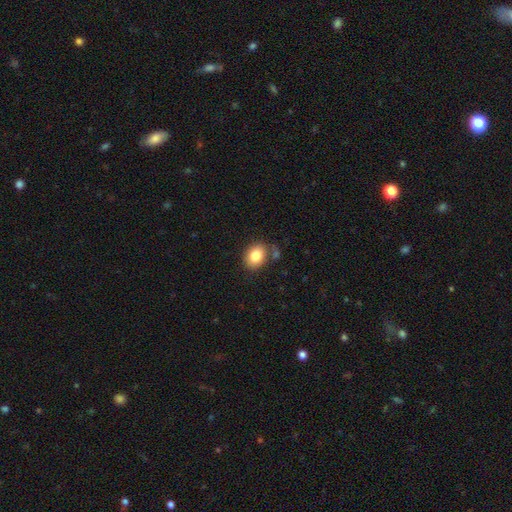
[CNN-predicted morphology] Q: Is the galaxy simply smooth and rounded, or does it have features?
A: smooth — 83%.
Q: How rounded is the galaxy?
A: in between — 62%.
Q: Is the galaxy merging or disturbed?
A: none — 74%.